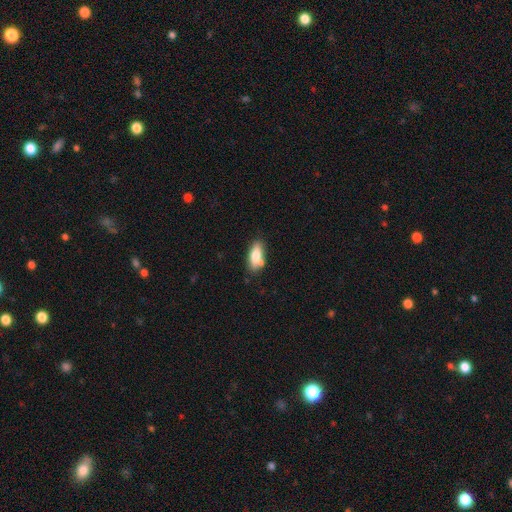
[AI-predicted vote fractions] Smooth or featured? Predicted: smooth (p=0.75). How rounded? Predicted: in between (p=0.78). Merging? Predicted: none (p=0.63).